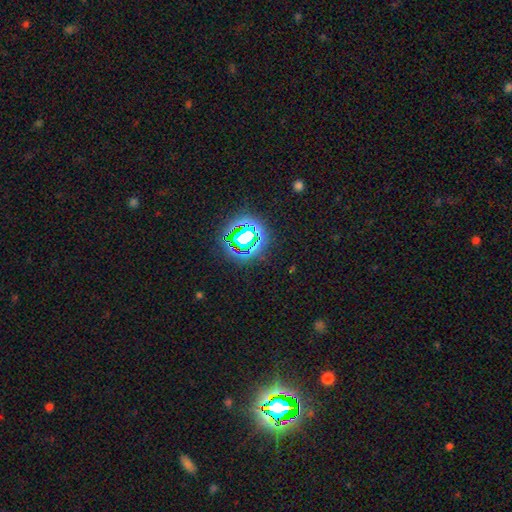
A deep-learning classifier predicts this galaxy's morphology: This appears to be a star or artifact, not a galaxy (80%).